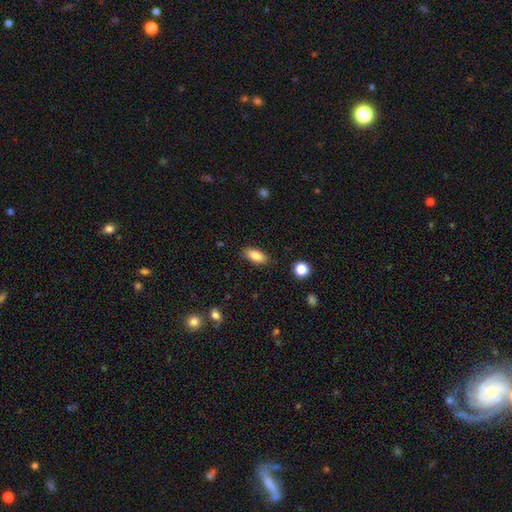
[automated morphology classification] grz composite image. It shows a smooth galaxy with no disk features (83%) that is in between round and cigar-shaped (84%). Merging: none (87%).